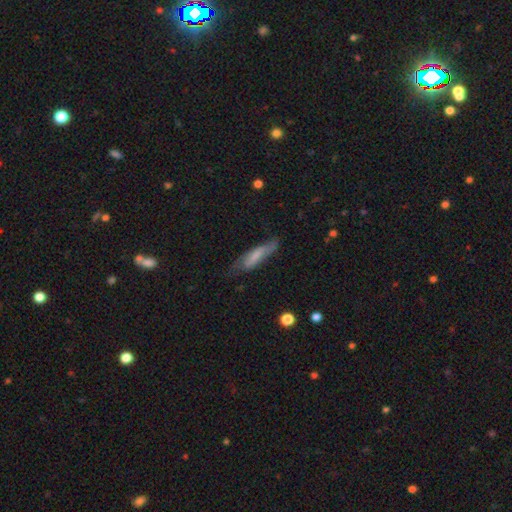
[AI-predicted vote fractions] smooth-or-featured: smooth: 51% | featured or disk: 42% | star or artifact: 7%
  how-rounded: cigar-shaped: 69% | in between: 29% | round: 2%
  merging: none: 59% | minor disturbance: 28% | major disturbance: 11% | merger: 2%